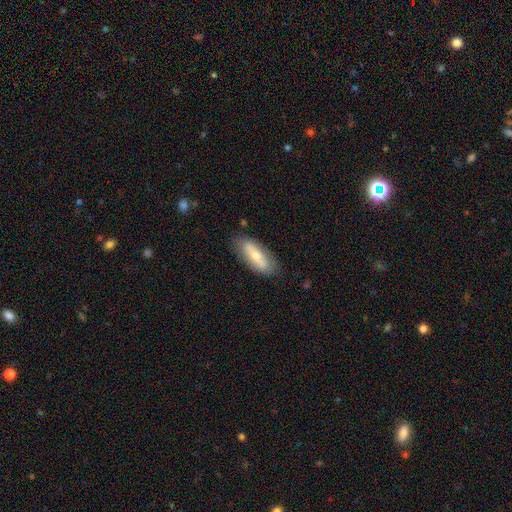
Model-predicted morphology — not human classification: smooth-or-featured: smooth: 55% | featured or disk: 39% | star or artifact: 6%
  how-rounded: in between: 69% | cigar-shaped: 28% | round: 2%
  merging: none: 79% | minor disturbance: 16% | major disturbance: 4% | merger: 2%